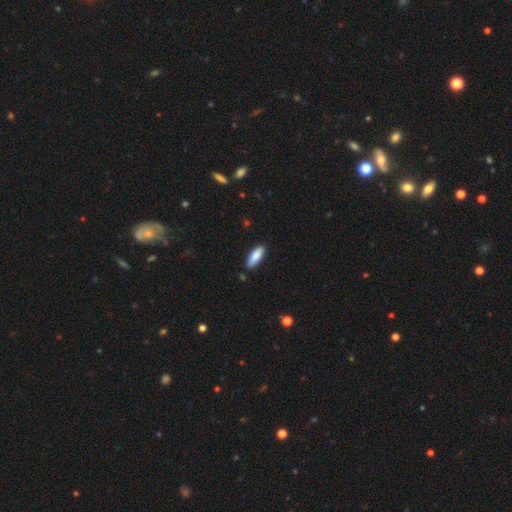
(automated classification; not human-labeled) smooth-or-featured: smooth: 88% | featured or disk: 7% | star or artifact: 6%
  how-rounded: in between: 62% | cigar-shaped: 36% | round: 2%
  merging: none: 86% | minor disturbance: 11% | major disturbance: 2% | merger: 2%